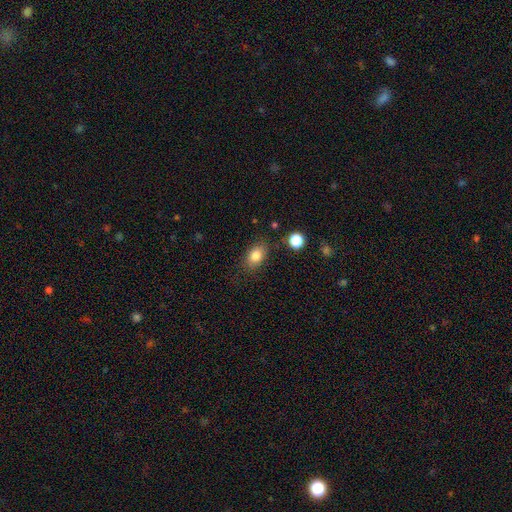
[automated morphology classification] type=smooth (83%); roundness=in between (81%); merging=none (80%).